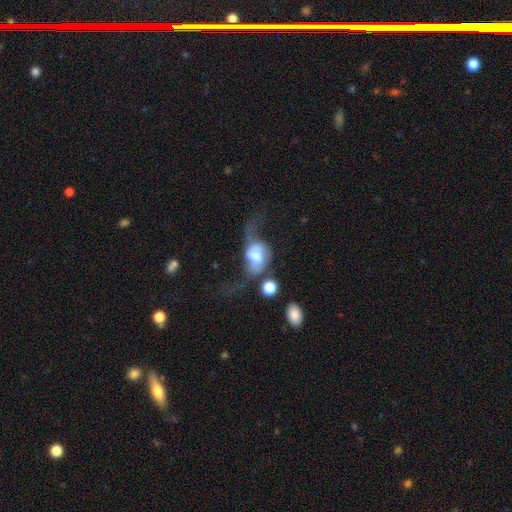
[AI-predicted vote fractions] Q: Smooth or featured?
A: featured or disk (47%); runner-up: smooth (45%)
Q: Merging?
A: major disturbance (53%); runner-up: none (19%)